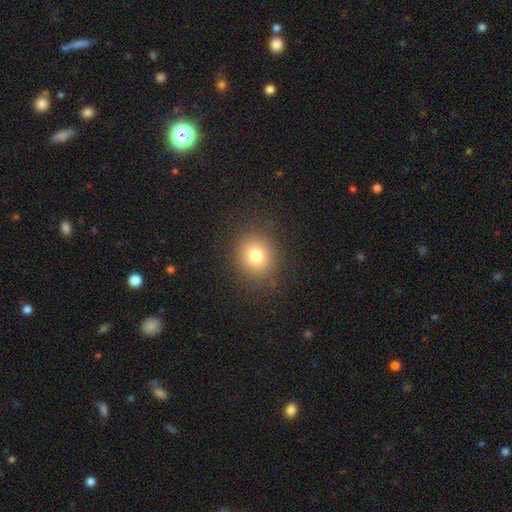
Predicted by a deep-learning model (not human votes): smooth 76%, star or artifact 14%, featured or disk 10%. Down the decision tree: how rounded — round (84%); merging — none (87%).